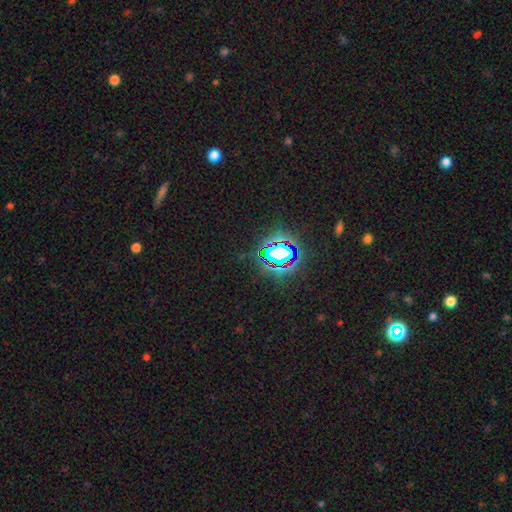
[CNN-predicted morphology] Q: Smooth or featured?
A: star or artifact (79%); runner-up: smooth (13%)